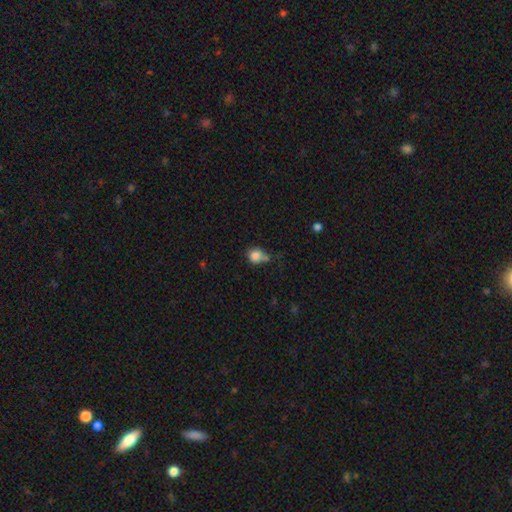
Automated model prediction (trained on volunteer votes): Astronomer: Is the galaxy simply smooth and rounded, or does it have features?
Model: smooth — 83%.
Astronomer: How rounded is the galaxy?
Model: round — 80%.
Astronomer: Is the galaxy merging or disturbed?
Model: none — 48% (runner-up: minor disturbance, 25%).